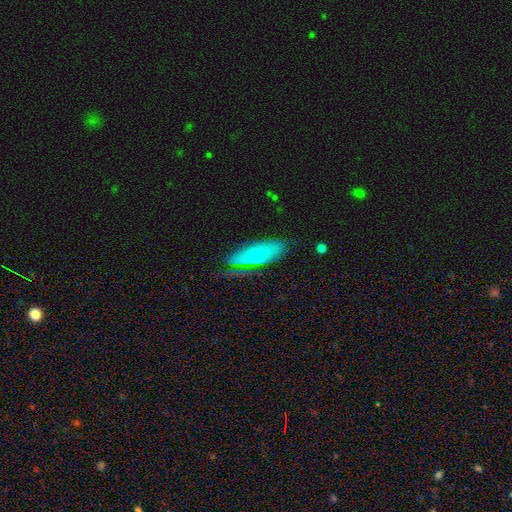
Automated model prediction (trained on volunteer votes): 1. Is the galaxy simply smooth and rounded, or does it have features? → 57% smooth, 36% featured or disk, 7% star or artifact.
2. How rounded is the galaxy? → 70% in between, 27% cigar-shaped, 3% round.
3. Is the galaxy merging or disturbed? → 52% none, 29% minor disturbance, 16% major disturbance, 3% merger.